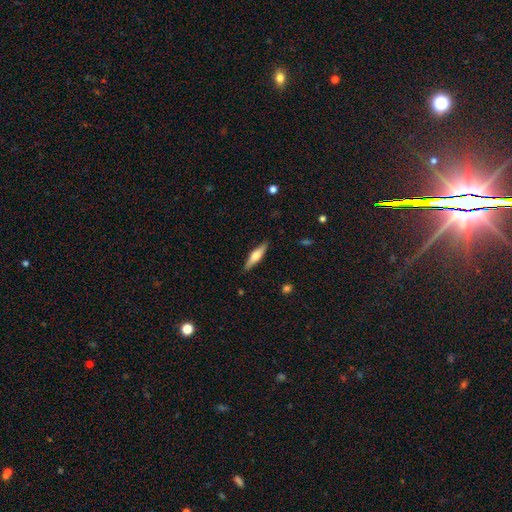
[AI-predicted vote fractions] smooth_or_featured: smooth (p=0.49) [alt: featured or disk p=0.45]
merging: none (p=0.89) [alt: minor disturbance p=0.08]